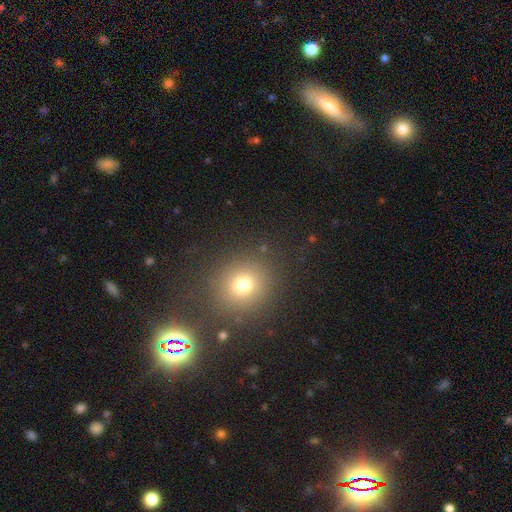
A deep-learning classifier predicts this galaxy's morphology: Smooth or featured: smooth — 57% (star or artifact — 32%)
How rounded: round — 87% (in between — 12%)
Merging: none — 87% (minor disturbance — 7%)